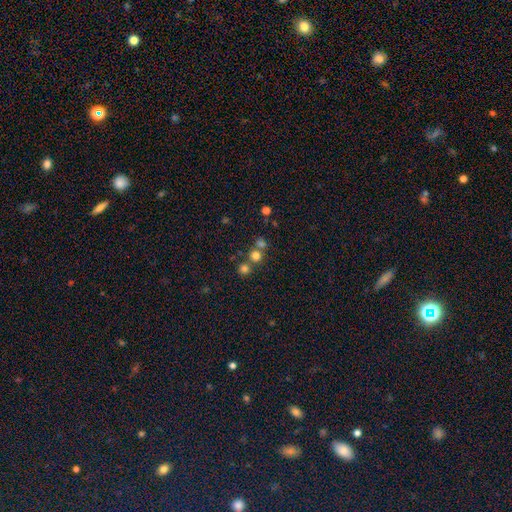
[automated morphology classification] Smooth or featured: smooth — 71% (star or artifact — 21%)
How rounded: round — 89% (in between — 10%)
Merging: none — 60% (merger — 31%)